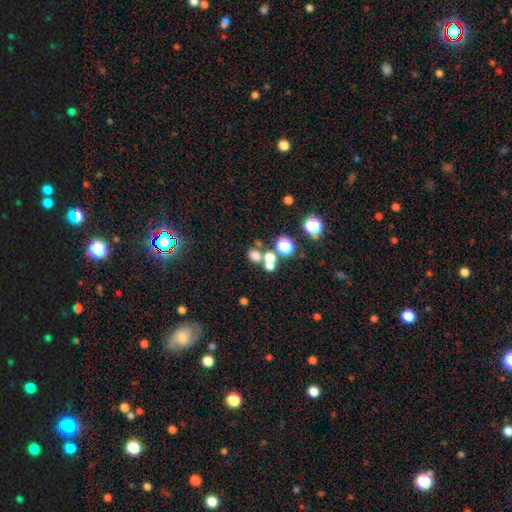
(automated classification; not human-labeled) This appears to be a smooth galaxy with no disk features (67%) that is round (79%). Merging: none (53%).